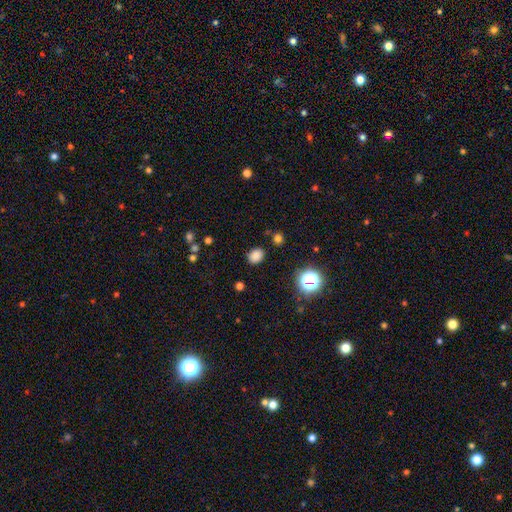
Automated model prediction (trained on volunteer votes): A smooth galaxy with no disk features (80%) that is in between round and cigar-shaped (54%).

Vote fractions:
- Smooth or featured? smooth: 80% / star or artifact: 15% / featured or disk: 4%
- How rounded? in between: 54% / round: 45% / cigar-shaped: 1%
- Merging? none: 85% / minor disturbance: 10% / major disturbance: 3% / merger: 2%